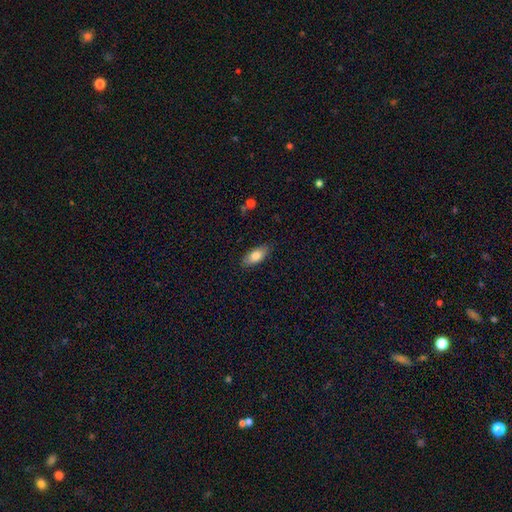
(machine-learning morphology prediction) The model was most divided on "smooth or featured": smooth: 79%, featured or disk: 14%, star or artifact: 6%. More confident: merging — none (86%); how rounded — in between (85%).